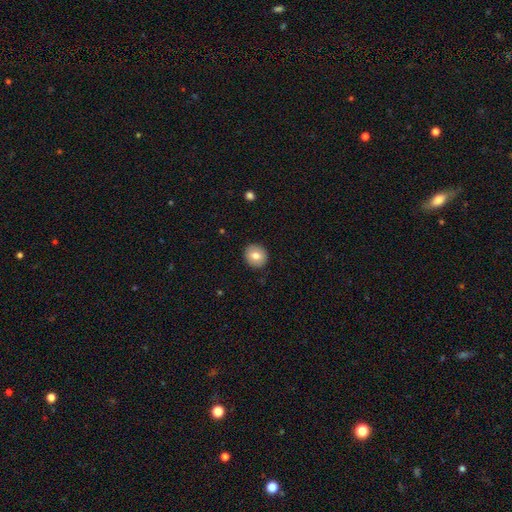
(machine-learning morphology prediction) Smooth or featured? smooth (77%)
How rounded? round (87%)
Merging? none (91%)